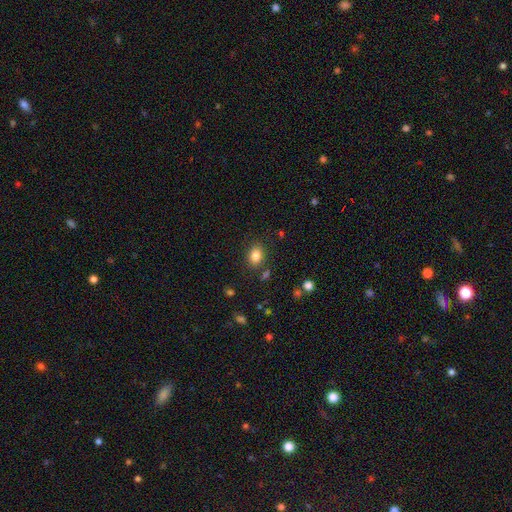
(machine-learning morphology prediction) Overall: smooth (83%). How rounded: in between (63%; round 36%). Merging: none (82%).